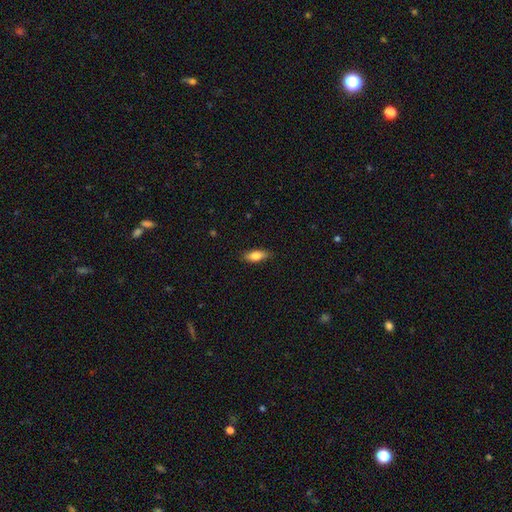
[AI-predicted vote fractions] Morphology: type=smooth (80%); roundness=in between (79%); merging=none (85%).